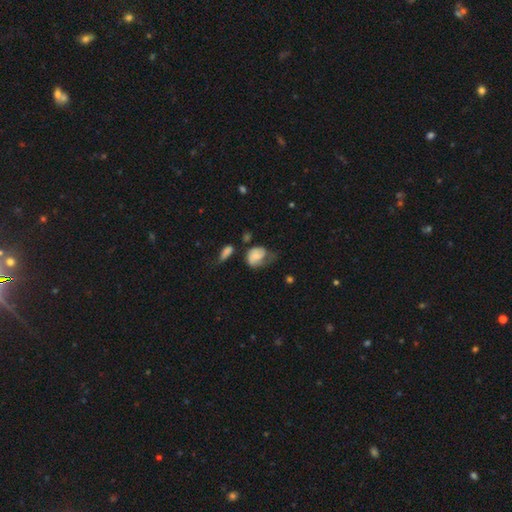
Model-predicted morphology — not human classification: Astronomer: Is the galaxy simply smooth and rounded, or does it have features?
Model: smooth — 60%.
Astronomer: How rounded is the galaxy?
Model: in between — 58% (runner-up: round, 40%).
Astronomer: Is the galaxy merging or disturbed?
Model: major disturbance — 35% (runner-up: minor disturbance, 33%).